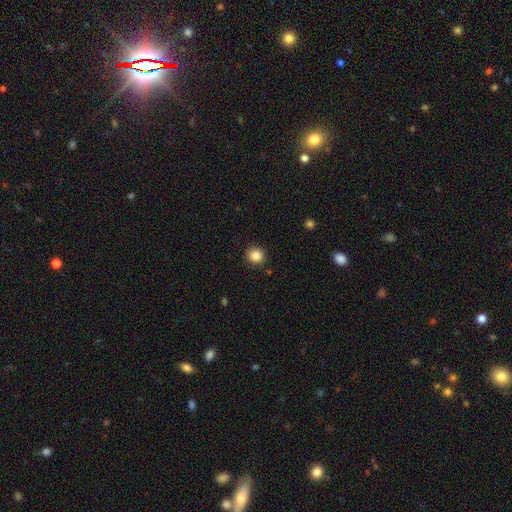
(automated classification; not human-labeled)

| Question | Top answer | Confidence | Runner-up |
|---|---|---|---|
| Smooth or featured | smooth | 86% | star or artifact (10%) |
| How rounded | round | 90% | in between (9%) |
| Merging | none | 90% | minor disturbance (7%) |